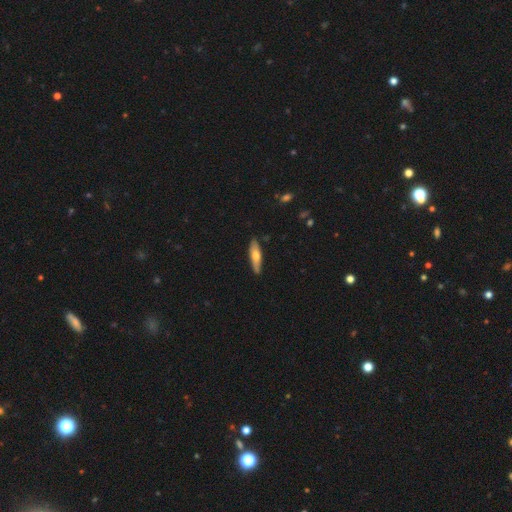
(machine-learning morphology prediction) A smooth galaxy with no disk features (56%) that is cigar-shaped (70%). Merging: none (86%).